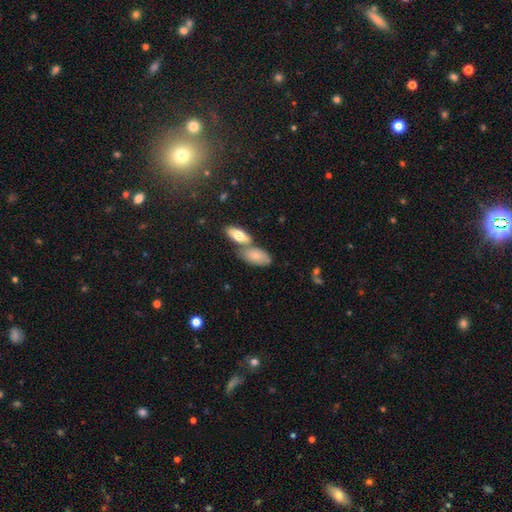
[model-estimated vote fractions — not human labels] Q: Smooth or featured?
A: smooth (77%); runner-up: featured or disk (17%)
Q: How rounded?
A: in between (90%); runner-up: cigar-shaped (6%)
Q: Merging?
A: merger (43%); runner-up: none (40%)